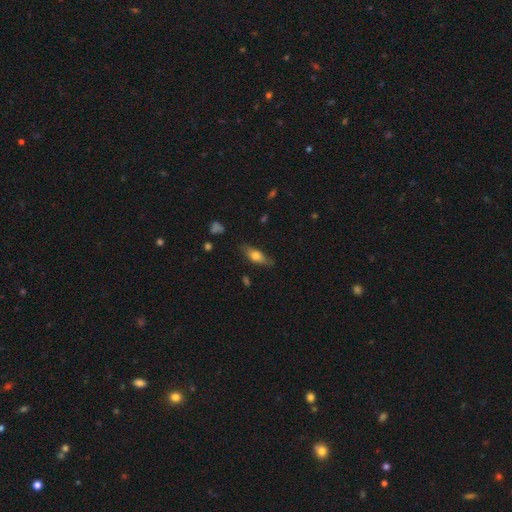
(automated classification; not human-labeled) The model was most divided on "how rounded": in between: 66%, cigar-shaped: 30%, round: 4%. More confident: merging — none (76%); smooth or featured — smooth (65%).